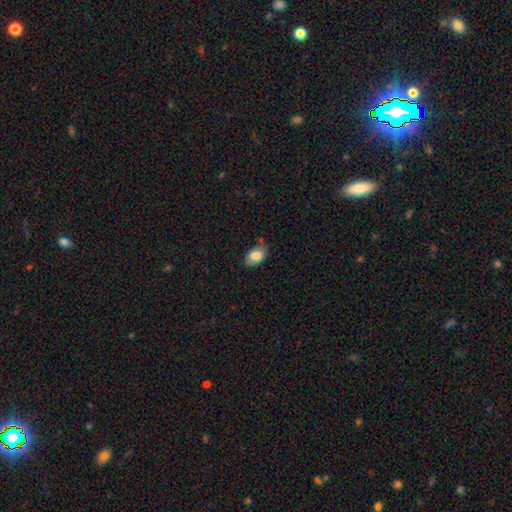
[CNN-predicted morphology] A smooth galaxy with no disk features (78%) that is in between round and cigar-shaped (92%).

Vote fractions:
- Smooth or featured? smooth: 78% / featured or disk: 15% / star or artifact: 7%
- How rounded? in between: 92% / round: 7% / cigar-shaped: 1%
- Merging? none: 66% / minor disturbance: 25% / major disturbance: 5% / merger: 3%